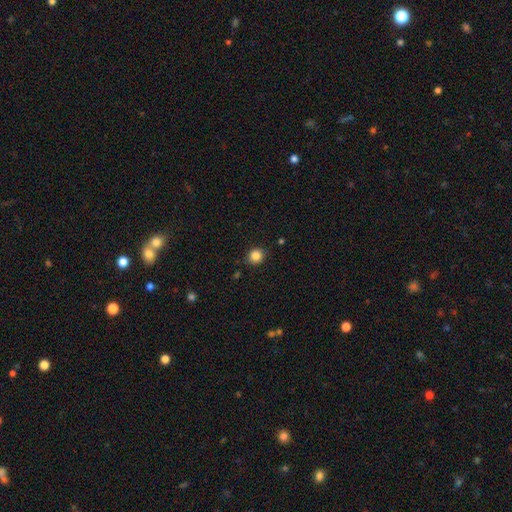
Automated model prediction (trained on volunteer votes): smooth 85%, star or artifact 11%, featured or disk 4%. Down the decision tree: how rounded — round (87%); merging — none (85%).